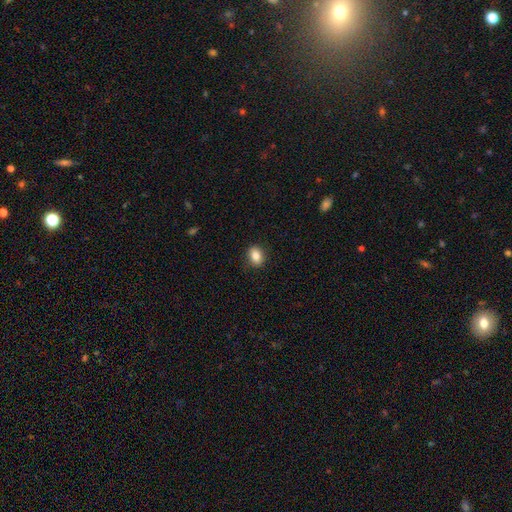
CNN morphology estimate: type=smooth (85%); roundness=in between (66%); merging=none (88%).